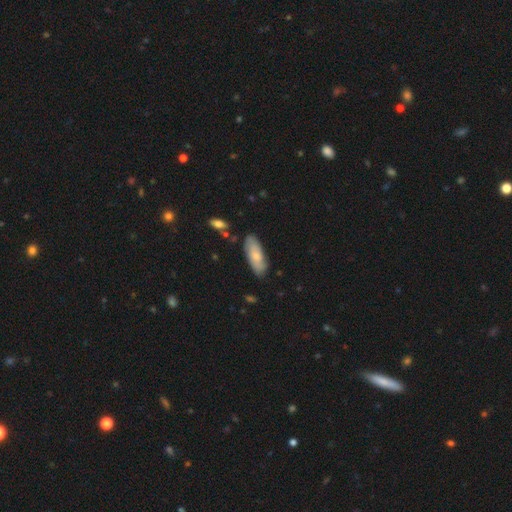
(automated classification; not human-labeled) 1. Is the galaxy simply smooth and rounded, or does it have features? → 66% smooth, 28% featured or disk, 6% star or artifact.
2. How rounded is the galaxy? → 75% in between, 23% cigar-shaped, 2% round.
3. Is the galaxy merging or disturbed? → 79% none, 15% minor disturbance, 3% major disturbance, 2% merger.